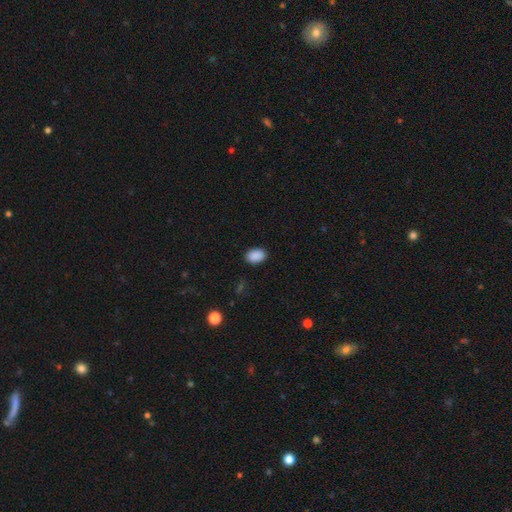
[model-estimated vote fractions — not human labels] smooth 90%, star or artifact 8%, featured or disk 2%. Down the decision tree: how rounded — in between (83%); merging — none (89%).